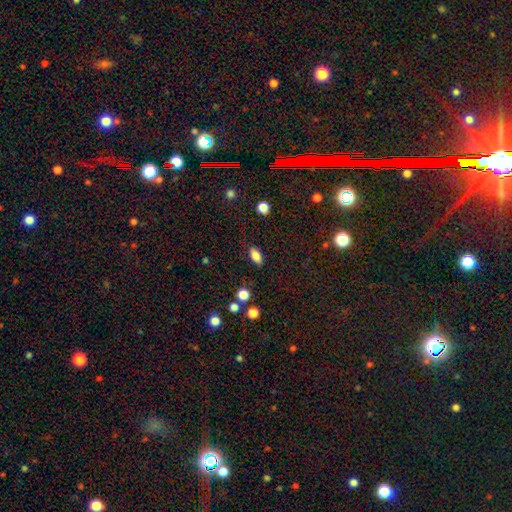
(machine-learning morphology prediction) Smooth or featured: smooth — 82% (star or artifact — 9%)
How rounded: in between — 85% (cigar-shaped — 10%)
Merging: none — 84% (minor disturbance — 11%)